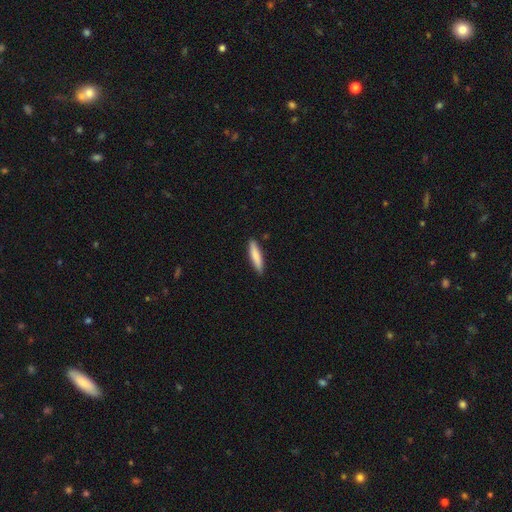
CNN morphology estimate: smooth 80%, featured or disk 15%, star or artifact 5%. Down the decision tree: how rounded — cigar-shaped (84%); merging — none (88%).